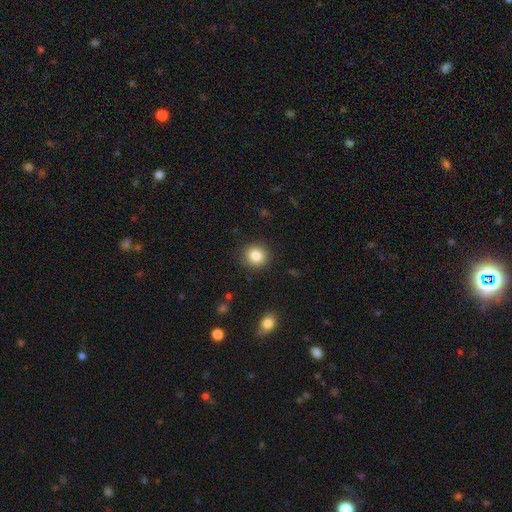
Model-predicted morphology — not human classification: Overall: smooth (84%). How rounded: round (89%). Merging: none (89%).